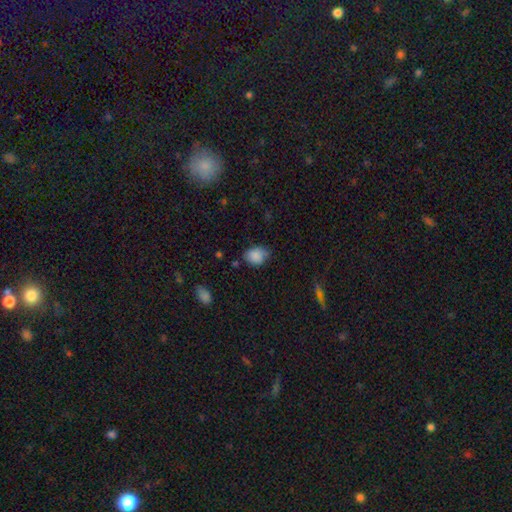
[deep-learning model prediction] Smooth or featured: smooth — 85% (star or artifact — 9%)
How rounded: in between — 57% (round — 42%)
Merging: none — 58% (minor disturbance — 33%)